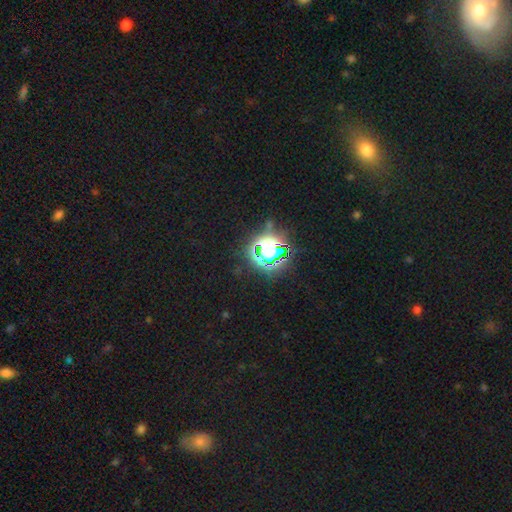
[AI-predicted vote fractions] This appears to be a star or artifact, not a galaxy (76%).